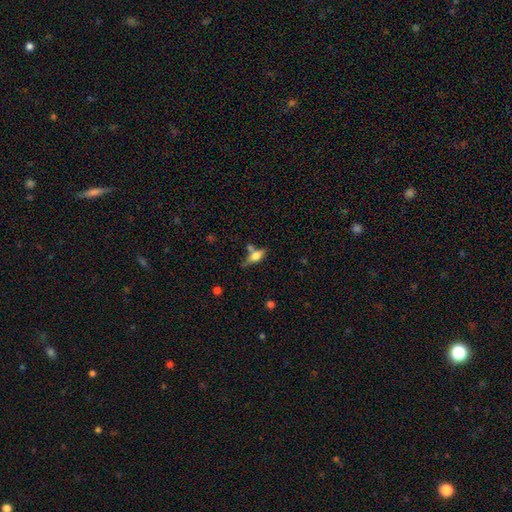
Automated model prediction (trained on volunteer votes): This is possibly a smooth galaxy (55%). How rounded: likely in between (62%). Merging: possibly none (58%).